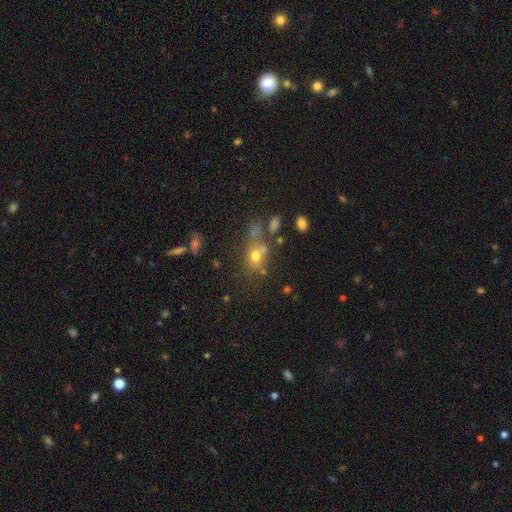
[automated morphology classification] type=smooth (66%); roundness=round (56%); merging=none (50%).